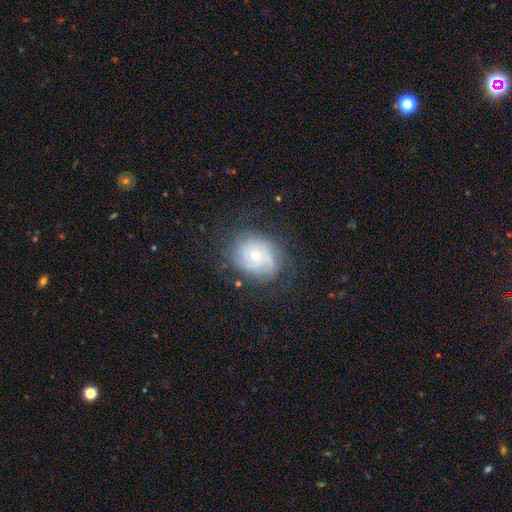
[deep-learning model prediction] Overall: featured or disk (63%; smooth 28%). Edge-on disk: no (97%). Bar: no (77%). Spiral arms: yes (85%). Spiral arm count: can't tell (48%; 2 21%). Spiral winding: tight (65%; medium 26%). Bulge size: small (52%; moderate 43%). Merging: none (71%).